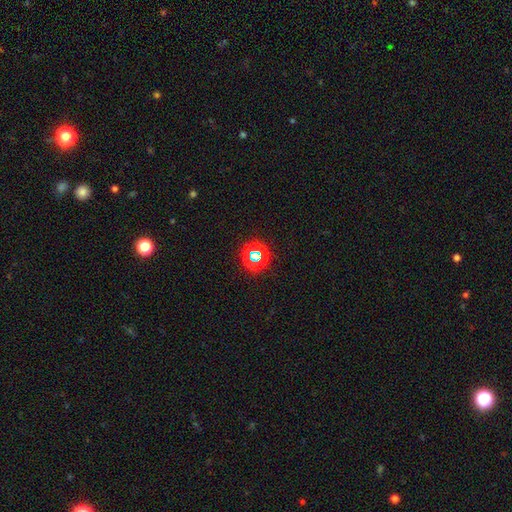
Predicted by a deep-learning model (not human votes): Overall: star or artifact (68%).